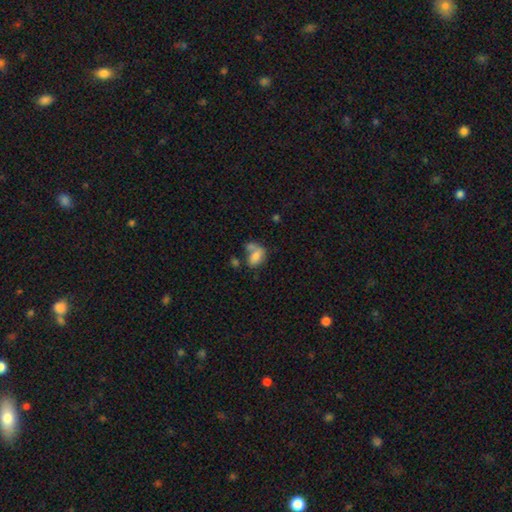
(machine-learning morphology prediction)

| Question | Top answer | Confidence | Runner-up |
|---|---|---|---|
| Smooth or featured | smooth | 70% | featured or disk (20%) |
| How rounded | in between | 84% | round (14%) |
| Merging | merger | 38% | none (30%) |